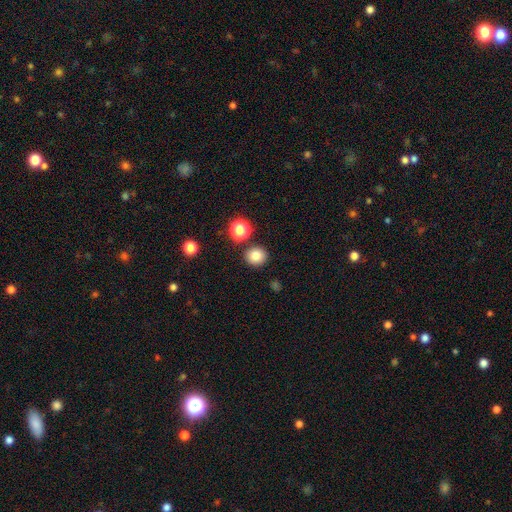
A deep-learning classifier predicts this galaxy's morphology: A smooth galaxy with no disk features (82%) that is round (85%).

Vote fractions:
- Smooth or featured? smooth: 82% / star or artifact: 12% / featured or disk: 6%
- How rounded? round: 85% / in between: 14% / cigar-shaped: 1%
- Merging? none: 86% / minor disturbance: 7% / merger: 5% / major disturbance: 2%